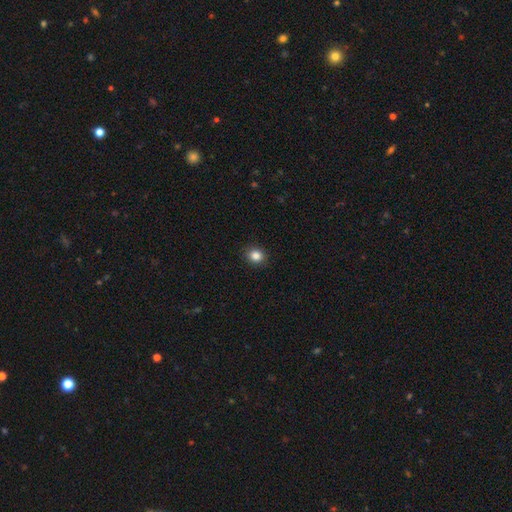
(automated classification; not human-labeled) A smooth galaxy with no disk features (85%) that is round (69%).

Vote fractions:
- Smooth or featured? smooth: 85% / star or artifact: 10% / featured or disk: 5%
- How rounded? round: 69% / in between: 30% / cigar-shaped: 1%
- Merging? none: 90% / minor disturbance: 7% / major disturbance: 2% / merger: 1%